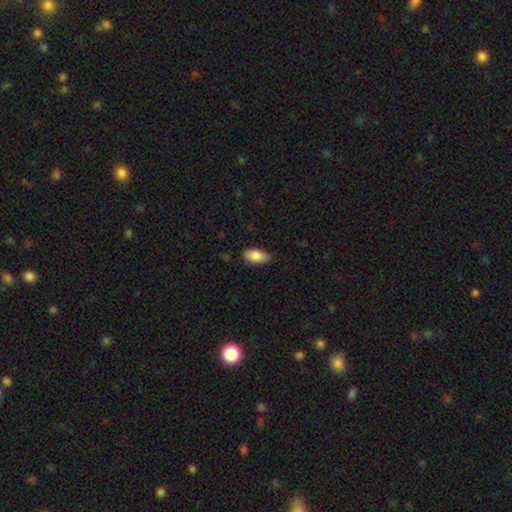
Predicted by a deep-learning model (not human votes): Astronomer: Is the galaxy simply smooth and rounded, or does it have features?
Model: smooth — 86%.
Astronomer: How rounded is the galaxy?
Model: in between — 92%.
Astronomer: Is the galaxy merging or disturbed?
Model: none — 83%.